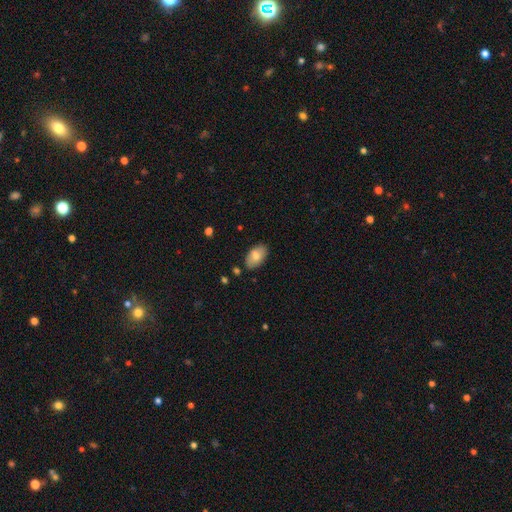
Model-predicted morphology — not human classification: Smooth or featured?
  - smooth: 77% *
  - featured or disk: 16%
  - star or artifact: 7%
How rounded?
  - in between: 94% *
  - round: 4%
  - cigar-shaped: 2%
Merging?
  - none: 81% *
  - minor disturbance: 14%
  - major disturbance: 3%
  - merger: 2%